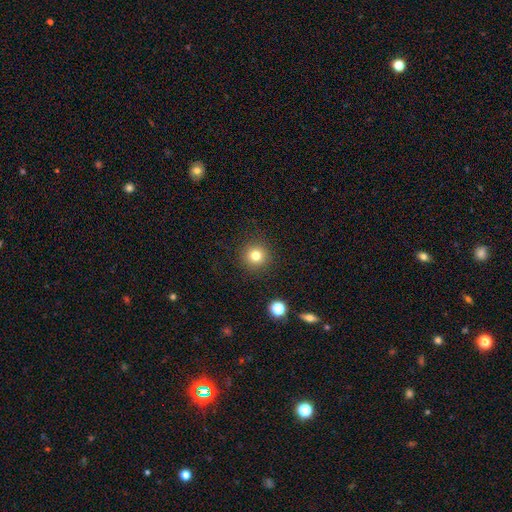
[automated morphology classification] Smooth or featured? smooth (78%)
How rounded? round (95%)
Merging? none (91%)